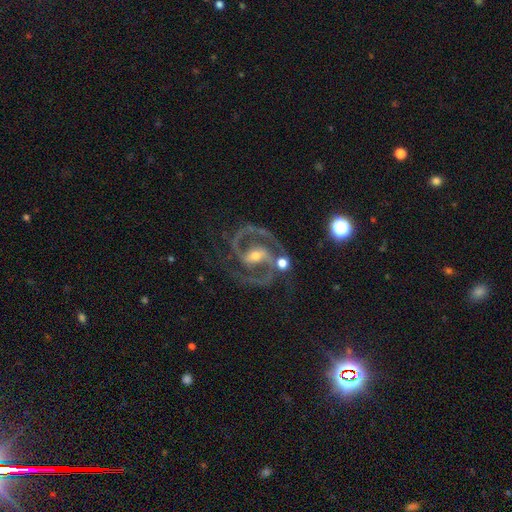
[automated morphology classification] Smooth or featured?
  - featured or disk: 92% *
  - star or artifact: 5%
  - smooth: 3%
Edge-on disk?
  - no: 98% *
  - yes: 2%
Bar?
  - strong: 48% *
  - weak: 36%
  - no: 16%
Spiral arms?
  - yes: 98% *
  - no: 2%
Spiral winding?
  - medium: 63% *
  - tight: 29%
  - loose: 9%
Spiral arm count?
  - 2: 91% *
  - 3: 3%
  - can't tell: 2%
  - 1: 1%
  - 4: 1%
  - more than 4: 1%
Bulge size?
  - small: 49% *
  - moderate: 46%
  - large: 2%
  - none: 2%
  - dominant: 1%
Merging?
  - none: 70% *
  - minor disturbance: 16%
  - major disturbance: 8%
  - merger: 6%